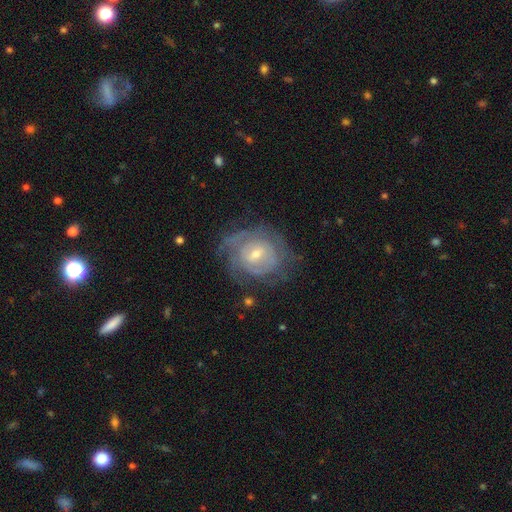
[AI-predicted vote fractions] A featured or disk galaxy (76%) with no bar (48%), tight (69%) spiral arms (86%) and a small central bulge (51%). Merging: none (71%).